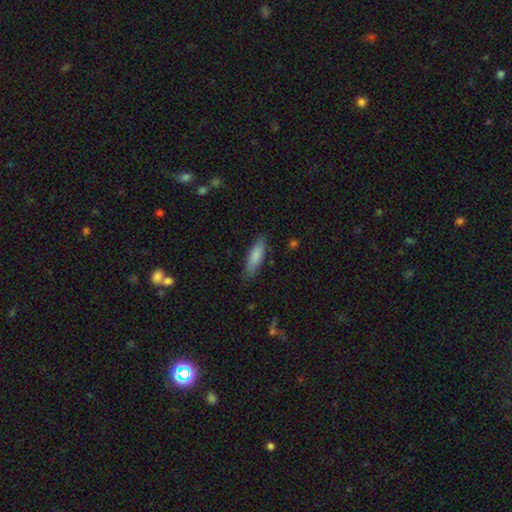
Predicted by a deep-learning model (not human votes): Smooth or featured? smooth (84%)
How rounded? cigar-shaped (51%)
Merging? none (83%)